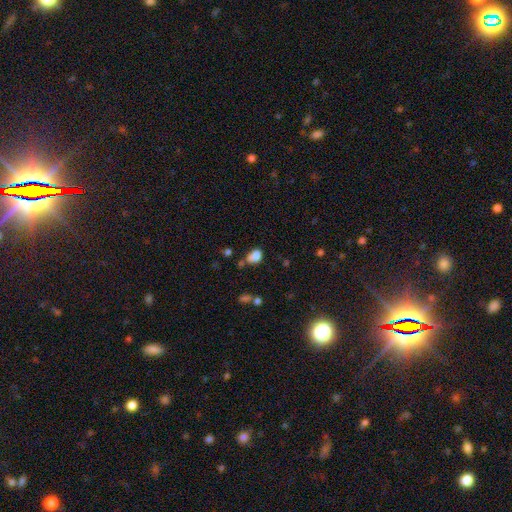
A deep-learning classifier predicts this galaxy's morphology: Q: Smooth or featured?
A: smooth (79%); runner-up: star or artifact (12%)
Q: How rounded?
A: in between (74%); runner-up: round (24%)
Q: Merging?
A: none (40%); runner-up: minor disturbance (28%)